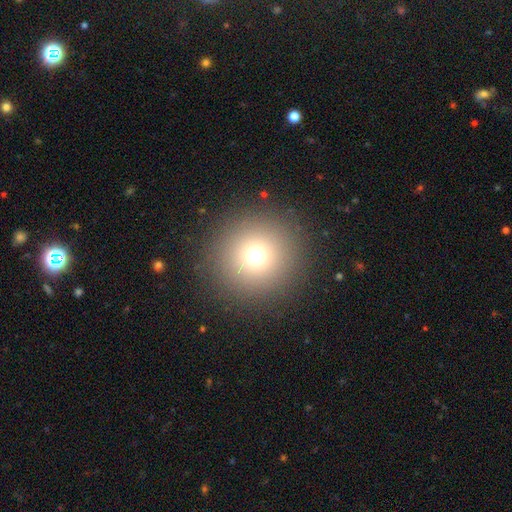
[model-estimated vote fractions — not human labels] Overall: smooth (69%). How rounded: round (96%). Merging: none (90%).